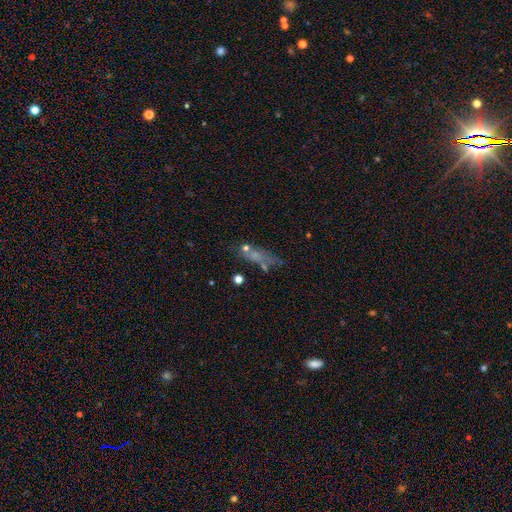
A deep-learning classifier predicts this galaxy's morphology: A smooth galaxy with no disk features (48%).

Vote fractions:
- Smooth or featured? smooth: 48% / featured or disk: 31% / star or artifact: 21%
- Merging? none: 53% / minor disturbance: 19% / major disturbance: 14% / merger: 13%